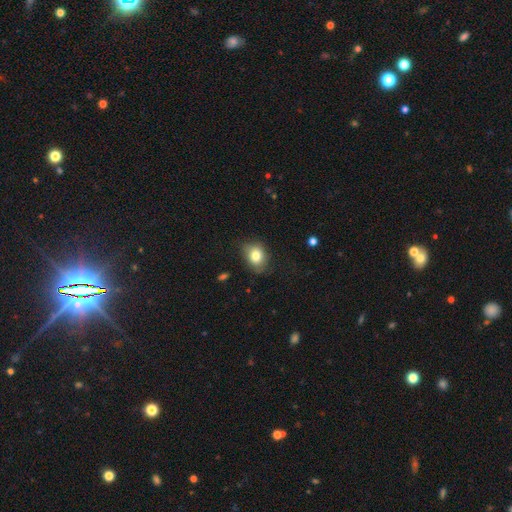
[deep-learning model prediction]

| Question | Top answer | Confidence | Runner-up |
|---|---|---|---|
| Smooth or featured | smooth | 80% | featured or disk (11%) |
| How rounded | in between | 59% | round (40%) |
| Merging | none | 73% | minor disturbance (21%) |